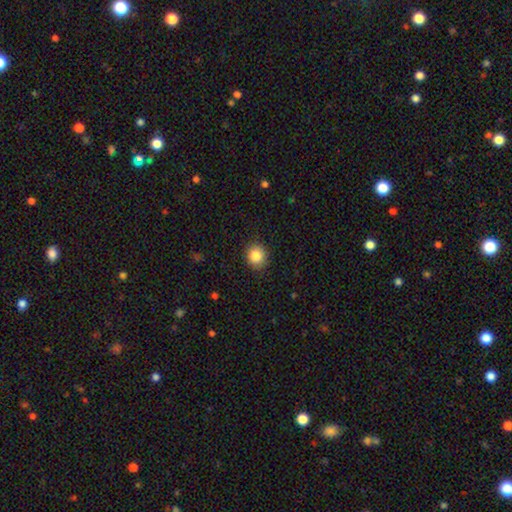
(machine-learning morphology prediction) The model was most divided on "how rounded": round: 83%, in between: 16%, cigar-shaped: 1%. More confident: merging — none (90%); smooth or featured — smooth (86%).